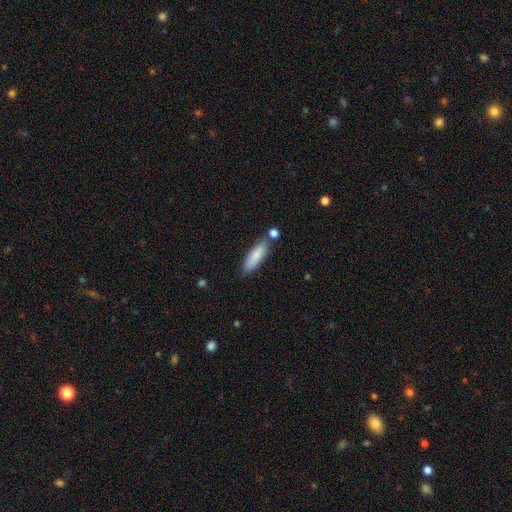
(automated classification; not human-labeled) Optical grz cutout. It shows a smooth galaxy with no disk features (82%) that is in between round and cigar-shaped (49%, tied with cigar-shaped). Merging: none (70%).